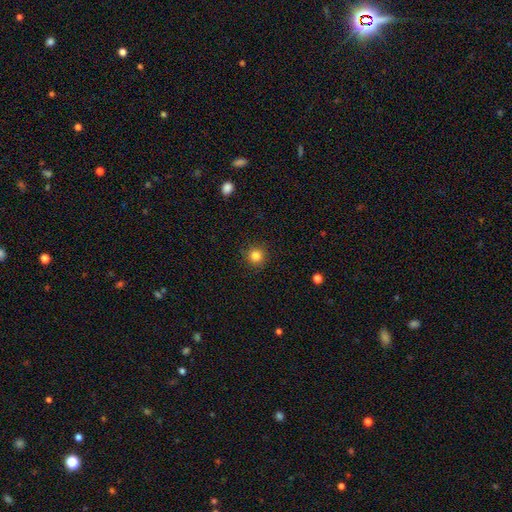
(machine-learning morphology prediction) Smooth or featured?
  - smooth: 84% *
  - star or artifact: 11%
  - featured or disk: 4%
How rounded?
  - round: 94% *
  - in between: 5%
  - cigar-shaped: 1%
Merging?
  - none: 90% *
  - minor disturbance: 7%
  - major disturbance: 2%
  - merger: 1%